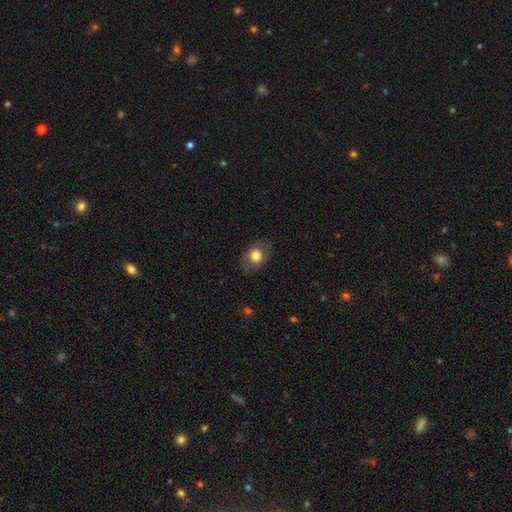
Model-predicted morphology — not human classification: This appears to be a smooth galaxy with no disk features (77%) that is in between round and cigar-shaped (56%). Merging: none (80%).